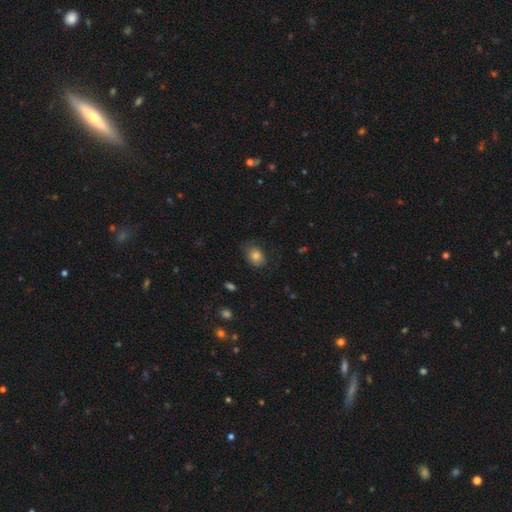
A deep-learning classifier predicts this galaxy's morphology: Overall: smooth (82%). How rounded: in between (70%). Merging: none (68%).